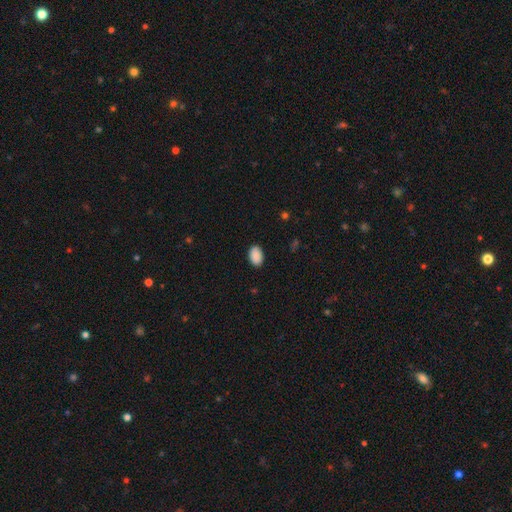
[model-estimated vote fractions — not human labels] Smooth or featured? smooth (90%)
How rounded? in between (89%)
Merging? none (88%)